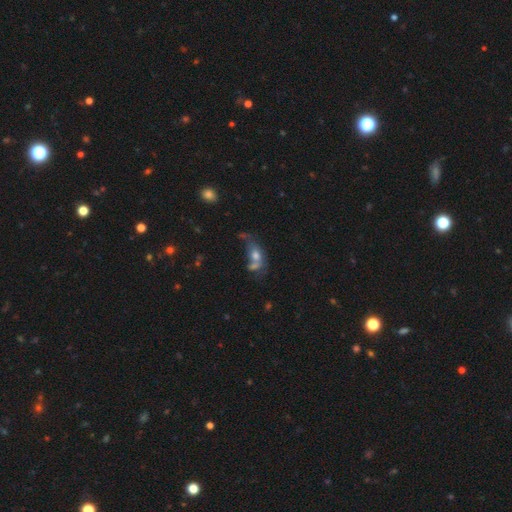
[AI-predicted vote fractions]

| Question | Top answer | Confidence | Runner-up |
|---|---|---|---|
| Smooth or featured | smooth | 63% | featured or disk (25%) |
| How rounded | in between | 76% | round (19%) |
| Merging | merger | 47% | none (23%) |